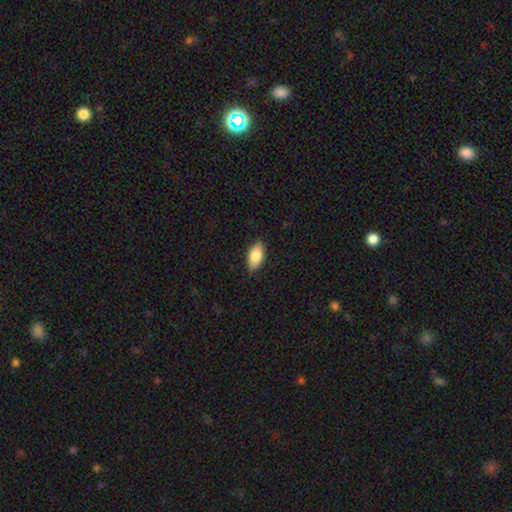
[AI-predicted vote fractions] Smooth or featured?
  - smooth: 81% *
  - featured or disk: 12%
  - star or artifact: 7%
How rounded?
  - in between: 90% *
  - cigar-shaped: 7%
  - round: 3%
Merging?
  - none: 87% *
  - minor disturbance: 10%
  - major disturbance: 2%
  - merger: 1%